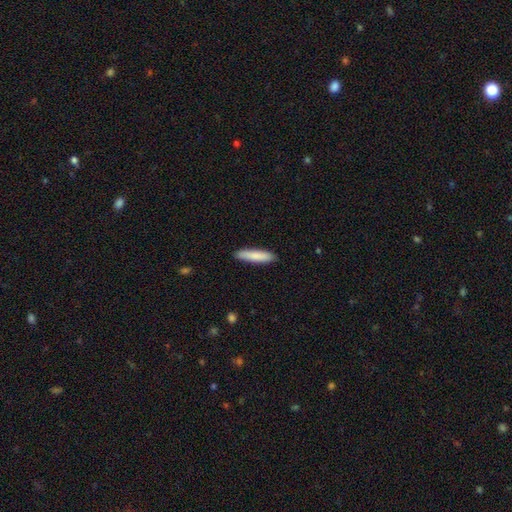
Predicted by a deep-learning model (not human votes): Smooth or featured? smooth (84%)
How rounded? cigar-shaped (84%)
Merging? none (89%)